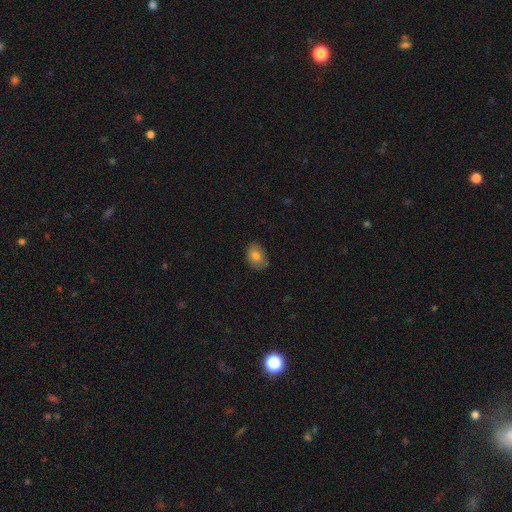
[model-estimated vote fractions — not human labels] smooth-or-featured: smooth: 79% | featured or disk: 12% | star or artifact: 9%
  how-rounded: in between: 78% | round: 21% | cigar-shaped: 1%
  merging: none: 80% | minor disturbance: 16% | major disturbance: 3% | merger: 1%